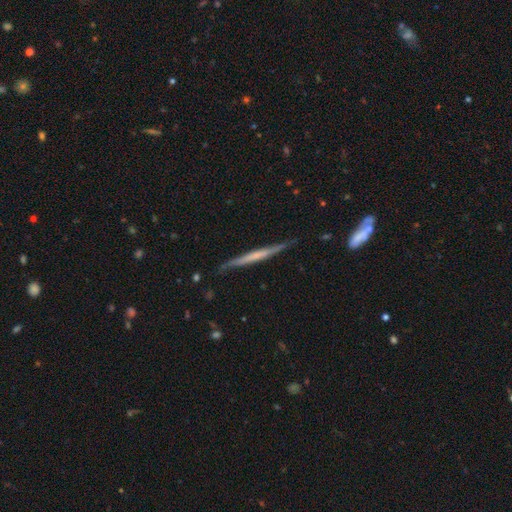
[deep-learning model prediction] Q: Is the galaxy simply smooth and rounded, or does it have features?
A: featured or disk — 61%.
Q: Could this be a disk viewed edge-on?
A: yes — 96%.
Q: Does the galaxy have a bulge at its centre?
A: none — 73%.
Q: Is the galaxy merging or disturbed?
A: none — 81%.